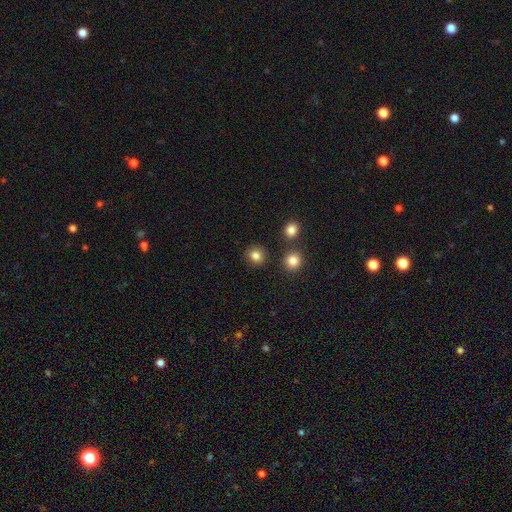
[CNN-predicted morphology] Overall: smooth (83%). How rounded: round (88%). Merging: none (87%).